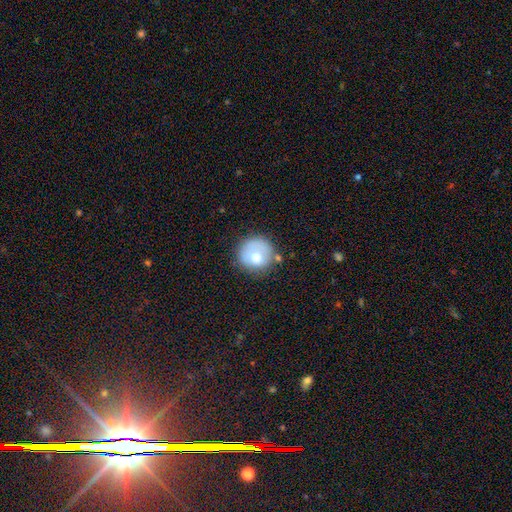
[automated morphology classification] The model was most divided on "merging": none: 64%, minor disturbance: 20%, major disturbance: 9%, merger: 7%. More confident: how rounded — round (90%); smooth or featured — smooth (72%).